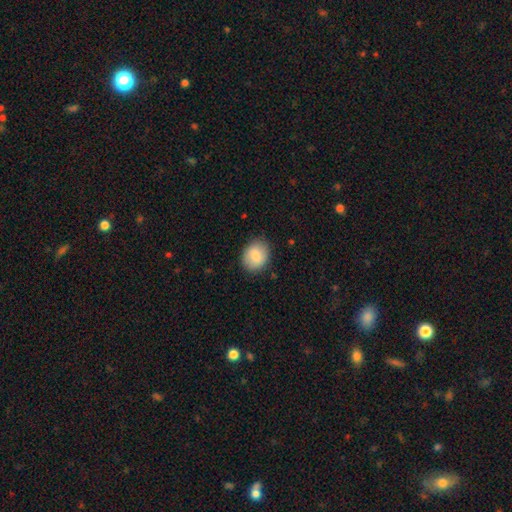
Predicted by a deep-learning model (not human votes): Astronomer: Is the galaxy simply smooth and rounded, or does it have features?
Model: smooth — 85%.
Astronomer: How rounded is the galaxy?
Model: in between — 52% (runner-up: round, 47%).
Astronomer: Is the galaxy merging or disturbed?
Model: none — 83%.